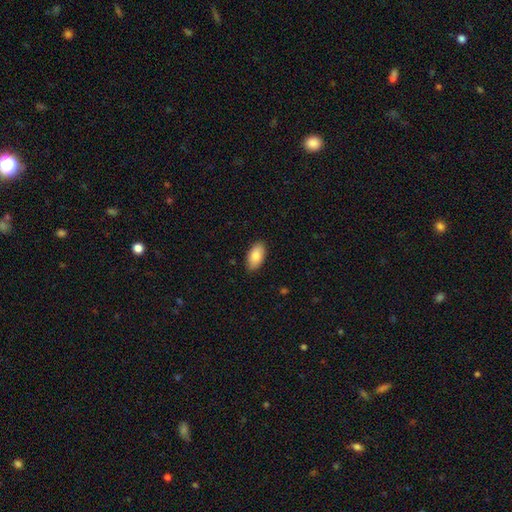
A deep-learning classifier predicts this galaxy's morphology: smooth 84%, featured or disk 10%, star or artifact 6%. Down the decision tree: how rounded — in between (94%); merging — none (88%).